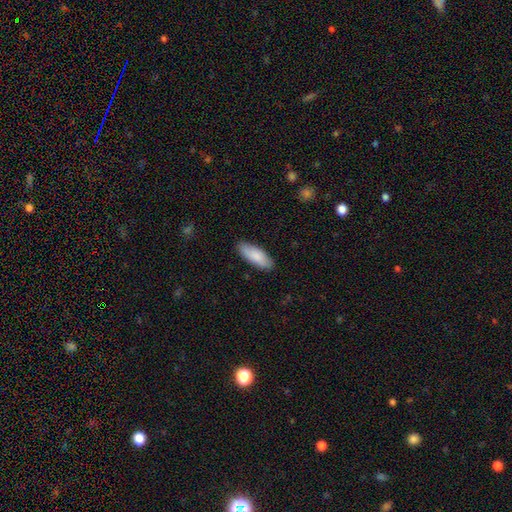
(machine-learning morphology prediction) This is clearly a smooth galaxy (85%). How rounded: likely in between (74%). Merging: clearly none (85%).